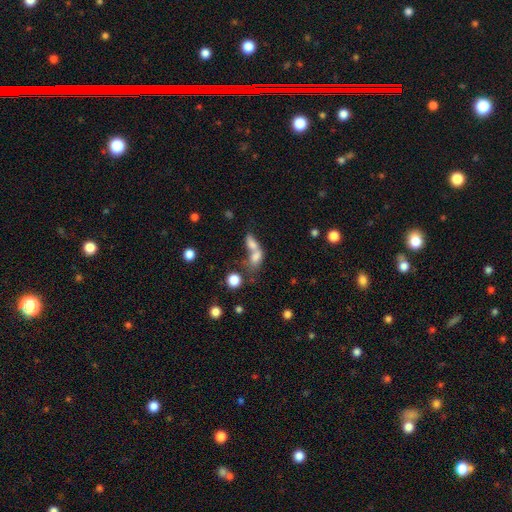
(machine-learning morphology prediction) A smooth galaxy with no disk features (72%) that is in between round and cigar-shaped (72%). Merging: merger (66%).